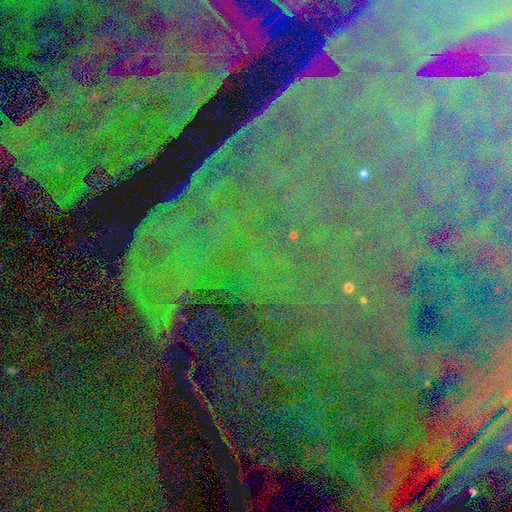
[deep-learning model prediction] Q: Smooth or featured?
A: star or artifact (85%); runner-up: featured or disk (8%)